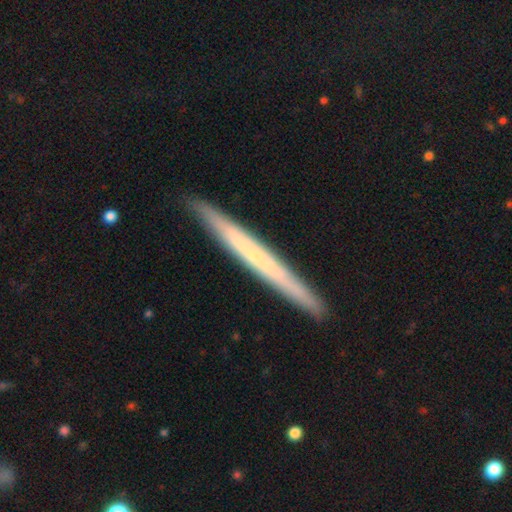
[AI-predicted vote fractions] A featured or disk galaxy (61%) viewed edge-on (95%) with no central bulge (73%). Merging: none (90%).